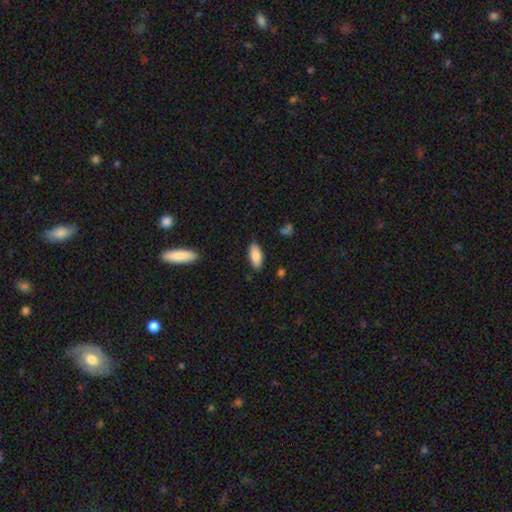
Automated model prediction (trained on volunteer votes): Overall: smooth (85%). How rounded: in between (87%). Merging: none (85%).